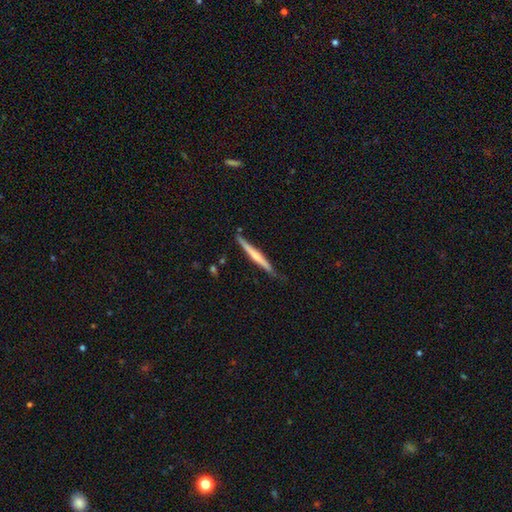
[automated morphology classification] Smooth or featured? featured or disk (52%)
Edge-on disk? yes (97%)
Edge-on bulge? none (52%)
Merging? none (79%)